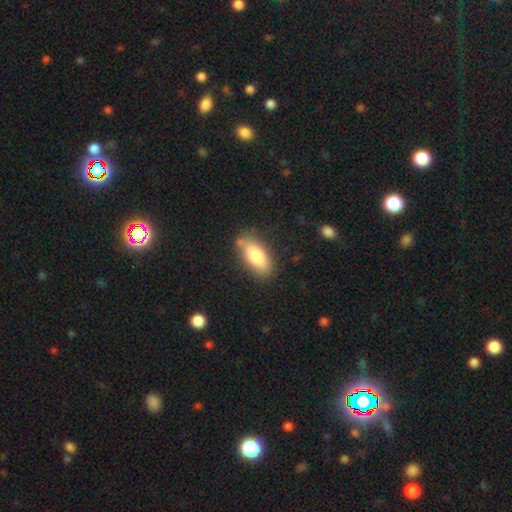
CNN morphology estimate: Smooth or featured: smooth — 80% (featured or disk — 14%)
How rounded: in between — 82% (cigar-shaped — 15%)
Merging: none — 80% (minor disturbance — 14%)